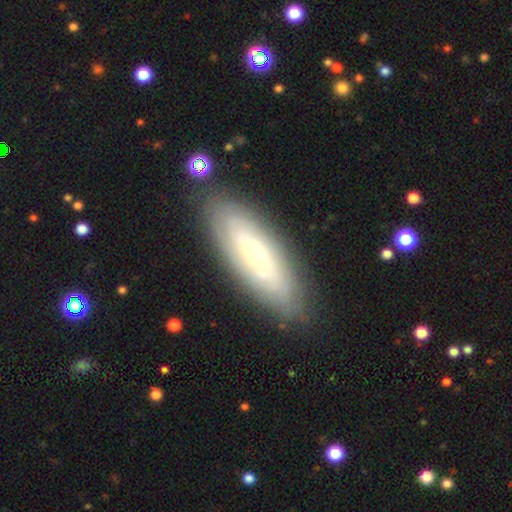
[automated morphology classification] This is likely a featured or disk galaxy (64%). It is likely not viewed edge-on (79%). Bar: likely no (69%). Spiral arm pattern: likely yes (79%). Central bulge: likely small (62%). Merging: clearly none (83%).